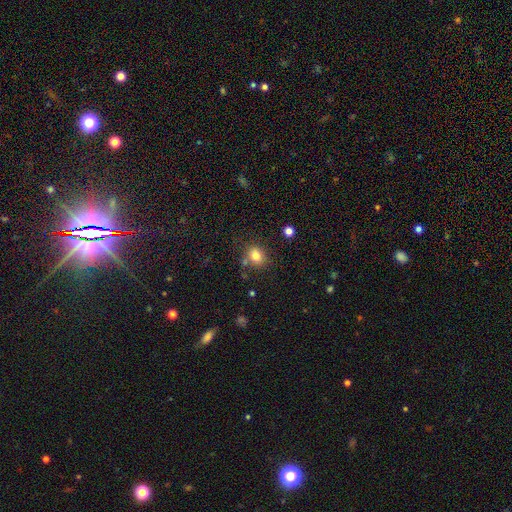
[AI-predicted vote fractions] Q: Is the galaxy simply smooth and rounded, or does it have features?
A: smooth — 81%.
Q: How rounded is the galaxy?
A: round — 59%.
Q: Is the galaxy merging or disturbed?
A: none — 75%.